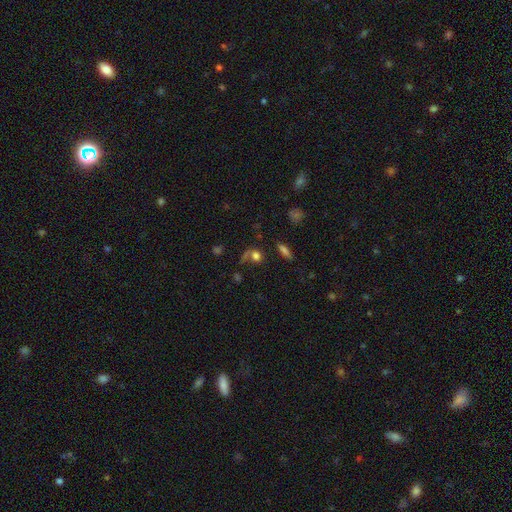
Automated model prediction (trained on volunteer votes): Smooth or featured?
  - smooth: 69% *
  - star or artifact: 18%
  - featured or disk: 13%
How rounded?
  - round: 63% *
  - in between: 30%
  - cigar-shaped: 7%
Merging?
  - none: 49% *
  - major disturbance: 19%
  - minor disturbance: 16%
  - merger: 16%